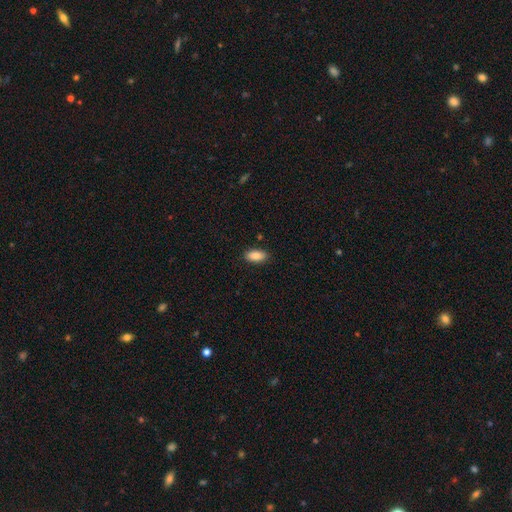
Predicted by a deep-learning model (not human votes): A smooth galaxy with no disk features (87%) that is in between round and cigar-shaped (91%). Merging: none (88%).